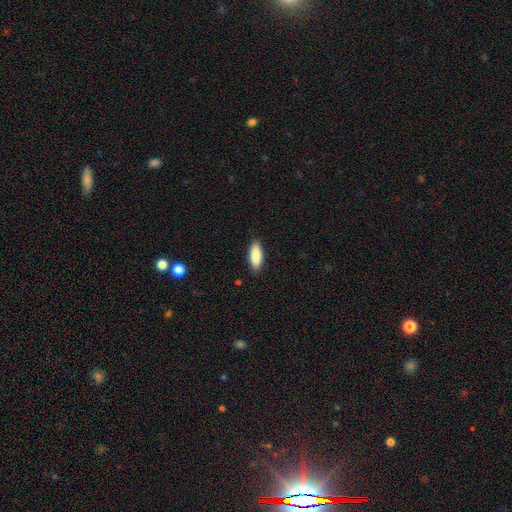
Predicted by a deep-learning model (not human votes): This appears to be a smooth galaxy with no disk features (88%) that is in between round and cigar-shaped (68%). Merging: none (88%).